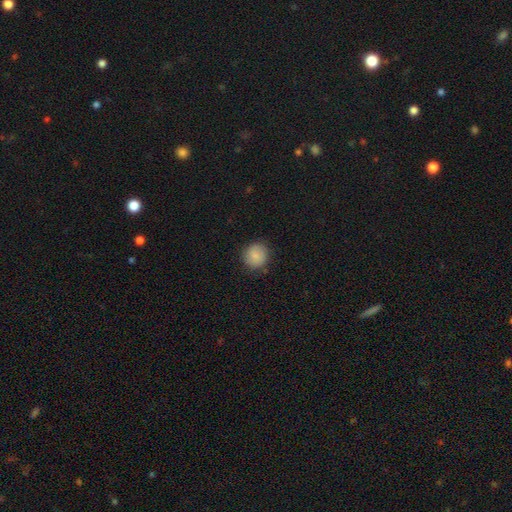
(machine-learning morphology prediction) This is clearly a smooth galaxy (86%). How rounded: clearly round (90%). Merging: clearly none (85%).